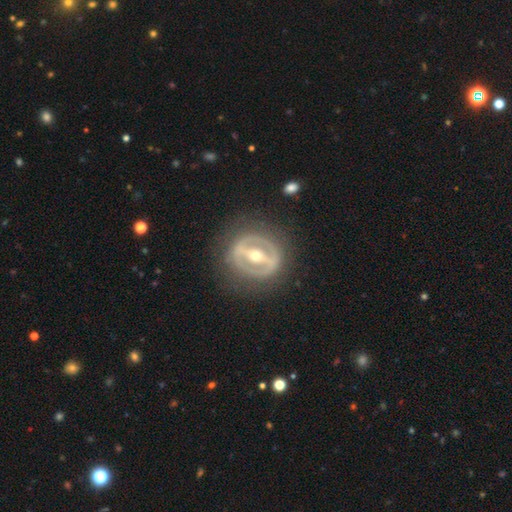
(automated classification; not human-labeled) Smooth or featured? Predicted: featured or disk (p=0.81). Edge-on disk? Predicted: no (p=0.89). Bar? Predicted: strong (p=0.77). Spiral arms? Predicted: no (p=0.77). Bulge size? Predicted: moderate (p=0.66). Merging? Predicted: none (p=0.81).